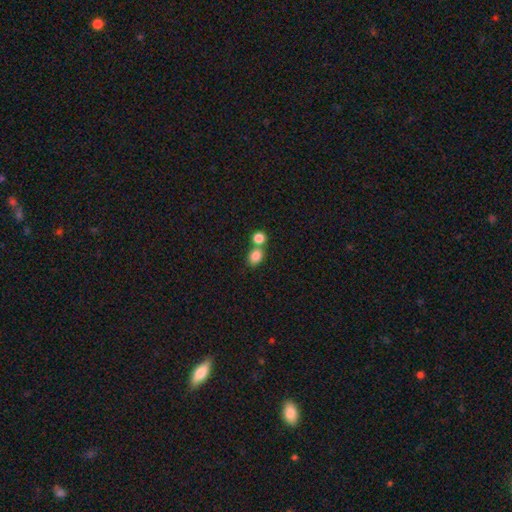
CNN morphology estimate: smooth_or_featured: smooth (p=0.84) [alt: star or artifact p=0.10]
how_rounded: in between (p=0.52) [alt: round p=0.47]
merging: none (p=0.46) [alt: merger p=0.43]